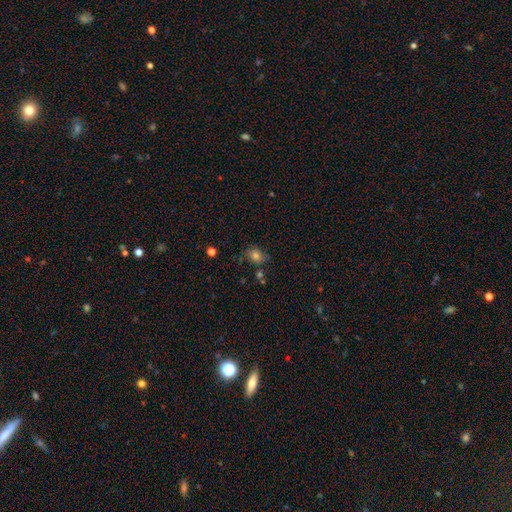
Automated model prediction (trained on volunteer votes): smooth_or_featured: smooth (p=0.74) [alt: star or artifact p=0.15]
how_rounded: round (p=0.57) [alt: in between p=0.42]
merging: none (p=0.68) [alt: minor disturbance p=0.20]